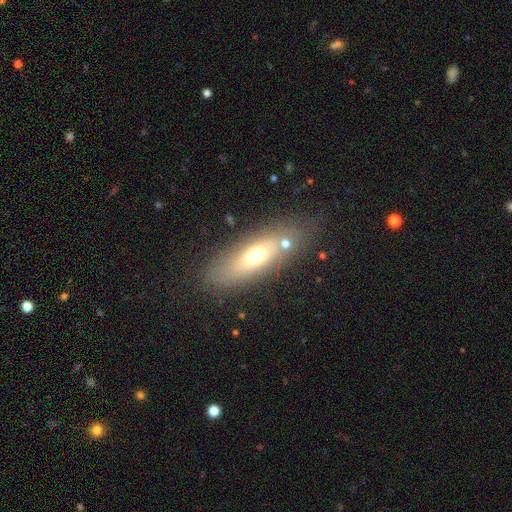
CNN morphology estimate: A smooth galaxy with no disk features (58%) that is in between round and cigar-shaped (66%). Merging: none (74%).